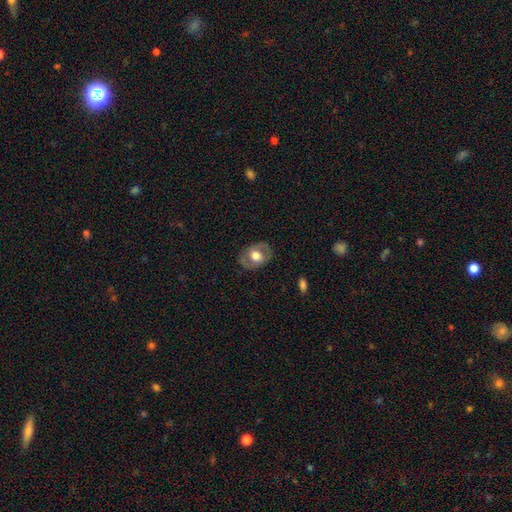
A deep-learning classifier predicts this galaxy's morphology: featured or disk 52%, smooth 42%, star or artifact 6%. Down the decision tree: edge-on disk — no (93%); merging — none (80%).